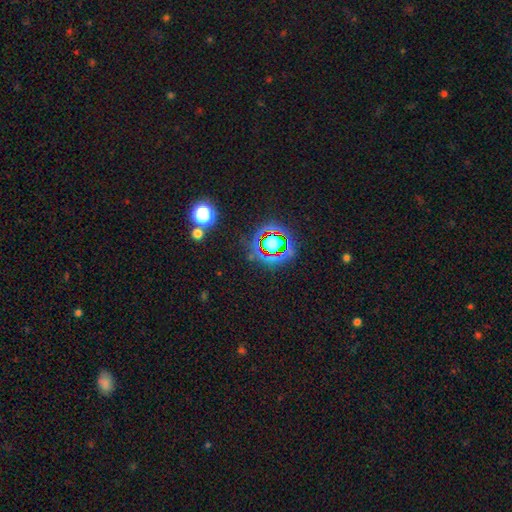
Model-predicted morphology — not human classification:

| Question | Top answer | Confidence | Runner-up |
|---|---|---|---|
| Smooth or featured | star or artifact | 72% | smooth (17%) |